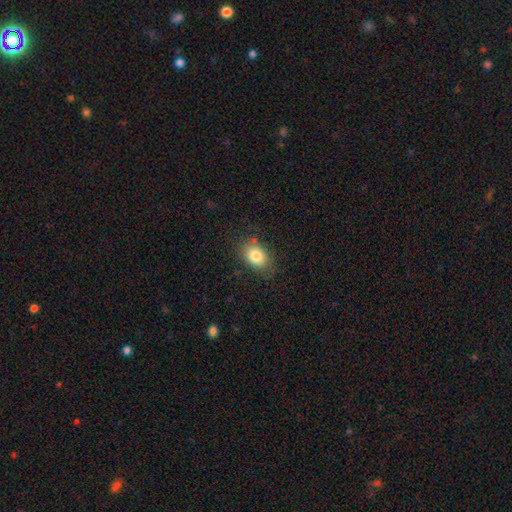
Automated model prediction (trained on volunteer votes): smooth-or-featured: smooth: 82% | featured or disk: 10% | star or artifact: 9%
  how-rounded: in between: 75% | round: 24% | cigar-shaped: 1%
  merging: none: 78% | minor disturbance: 16% | major disturbance: 5% | merger: 2%